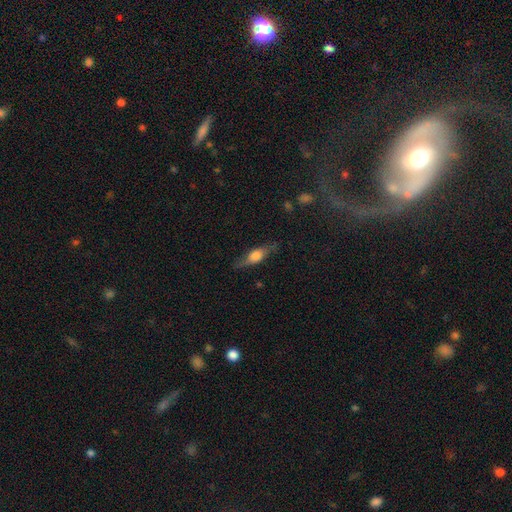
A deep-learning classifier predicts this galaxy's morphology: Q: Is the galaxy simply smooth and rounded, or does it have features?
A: featured or disk — 49%.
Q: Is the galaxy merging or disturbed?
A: none — 78%.